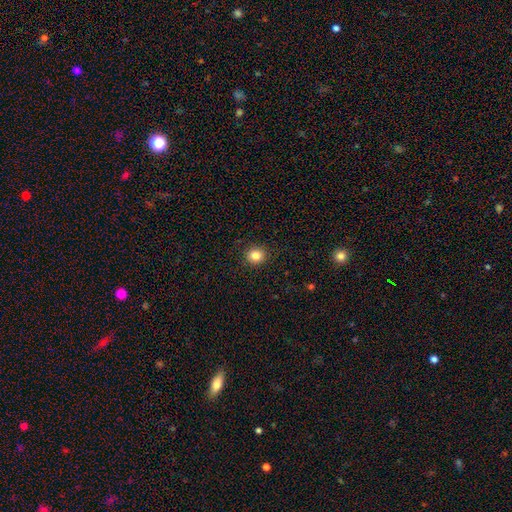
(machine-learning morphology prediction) type=smooth (83%); roundness=round (87%); merging=none (91%).